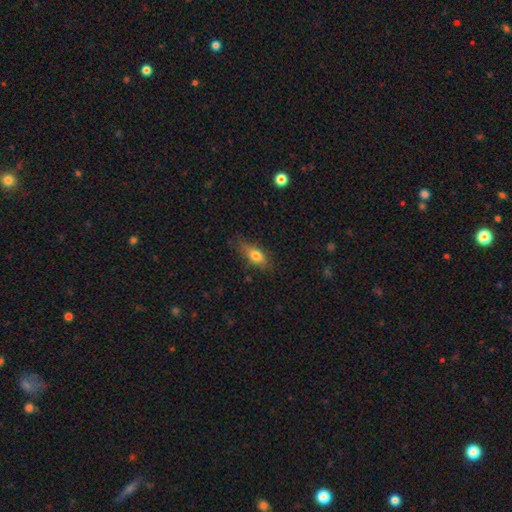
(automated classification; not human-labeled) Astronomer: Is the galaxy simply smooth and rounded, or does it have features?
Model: smooth — 75%.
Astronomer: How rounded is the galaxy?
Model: in between — 73%.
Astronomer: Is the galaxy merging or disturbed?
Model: none — 66%.